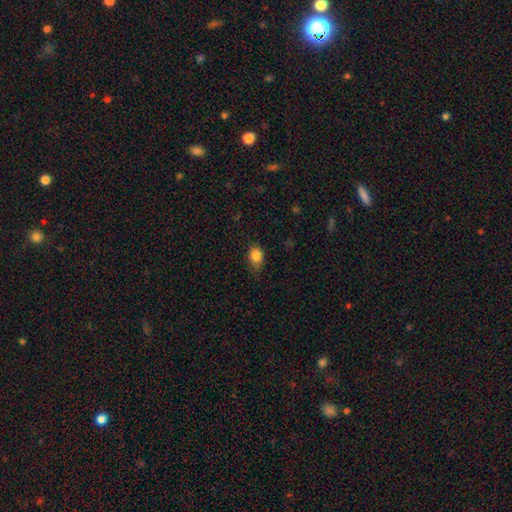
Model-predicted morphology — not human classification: This is clearly a smooth galaxy (85%). How rounded: likely in between (65%). Merging: likely none (66%).